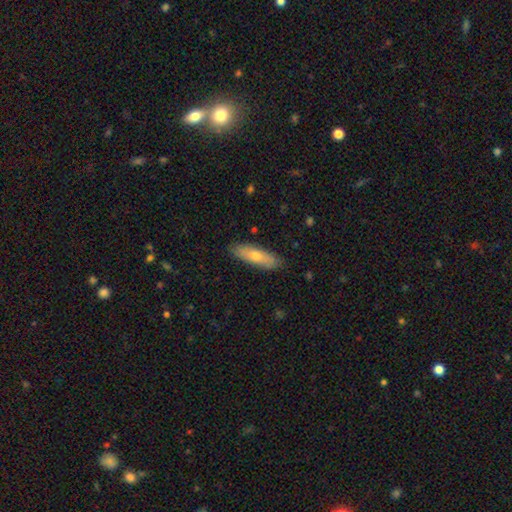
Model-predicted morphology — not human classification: Smooth or featured? Predicted: smooth (p=0.65). How rounded? Predicted: cigar-shaped (p=0.59). Merging? Predicted: none (p=0.88).